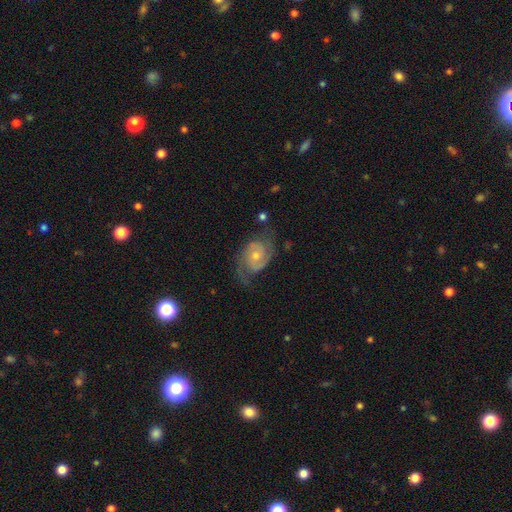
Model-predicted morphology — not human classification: This is clearly a featured or disk galaxy (86%). It is clearly not viewed edge-on (97%). Bar: likely no (67%). Spiral arm pattern: clearly yes (96%). Spiral arm count: clearly 2 (84%). Spiral winding: possibly medium (46%). Central bulge: possibly small (51%). Merging: likely none (70%).